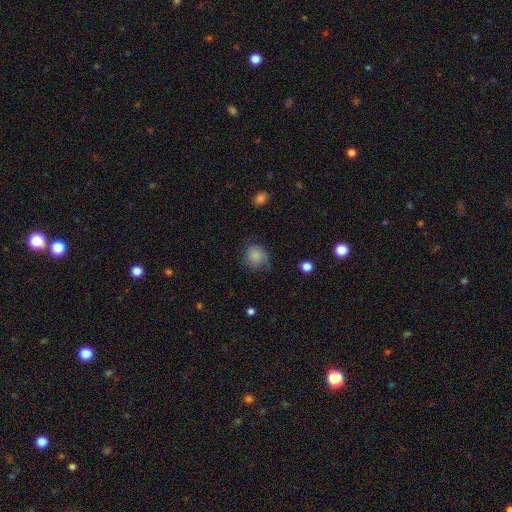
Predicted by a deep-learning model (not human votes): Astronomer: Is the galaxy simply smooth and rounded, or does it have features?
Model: smooth — 80%.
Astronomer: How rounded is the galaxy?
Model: round — 79%.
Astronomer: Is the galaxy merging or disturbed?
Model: none — 58%.